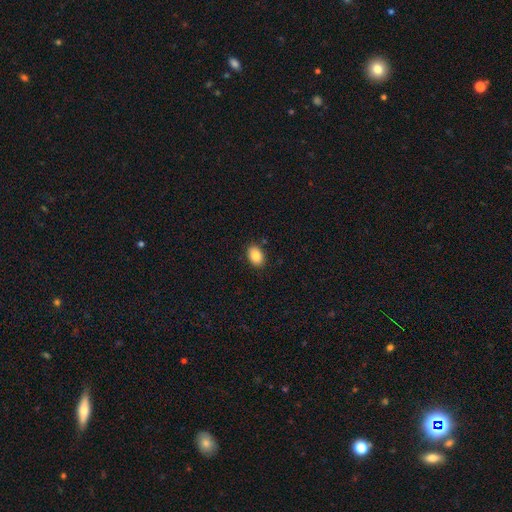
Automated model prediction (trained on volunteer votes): Smooth or featured: smooth — 87% (star or artifact — 8%)
How rounded: in between — 86% (round — 13%)
Merging: none — 88% (minor disturbance — 8%)